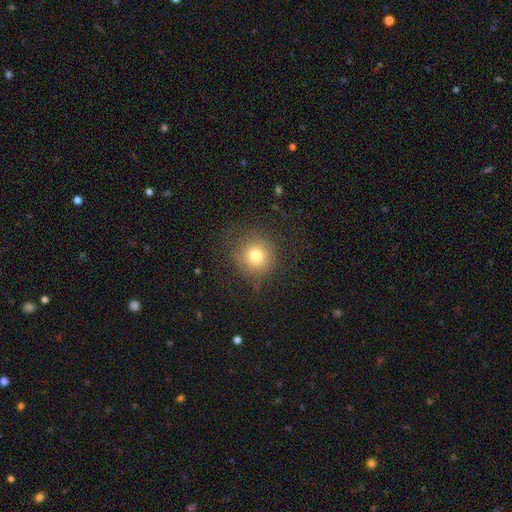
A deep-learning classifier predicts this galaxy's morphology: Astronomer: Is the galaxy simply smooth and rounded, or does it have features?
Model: smooth — 75%.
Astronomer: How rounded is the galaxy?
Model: round — 93%.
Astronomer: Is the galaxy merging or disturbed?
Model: none — 80%.